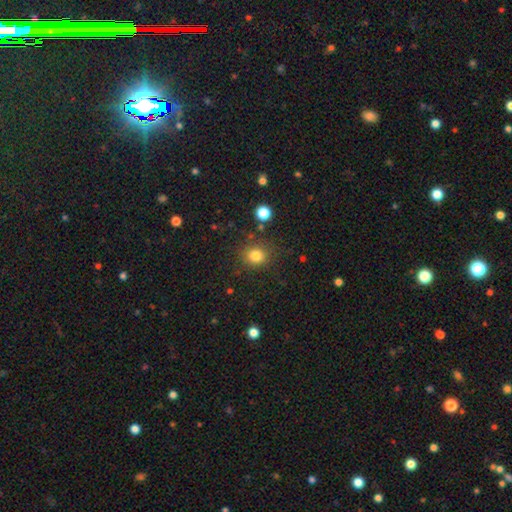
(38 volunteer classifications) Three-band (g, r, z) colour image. It shows a smooth galaxy with no disk features (89%) that is round (85%). Merging: none (89%).